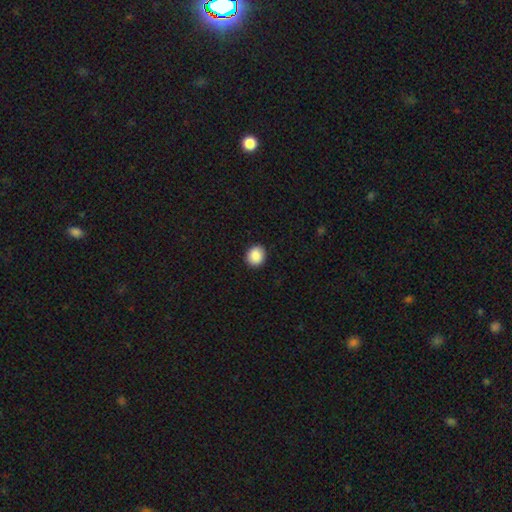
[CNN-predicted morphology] Smooth or featured? smooth (89%)
How rounded? round (77%)
Merging? none (92%)